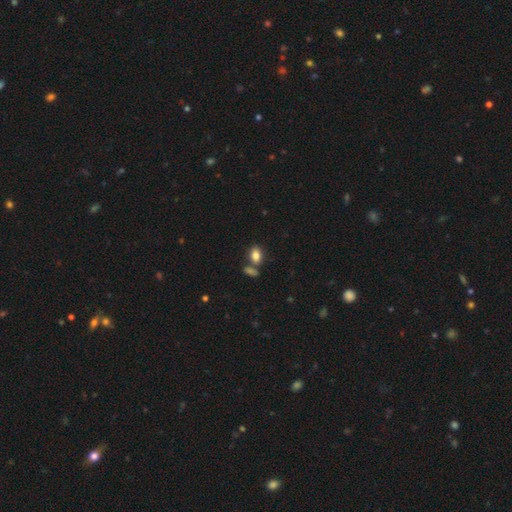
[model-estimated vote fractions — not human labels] This is clearly a smooth galaxy (84%). How rounded: clearly in between (85%). Merging: possibly none (58%).